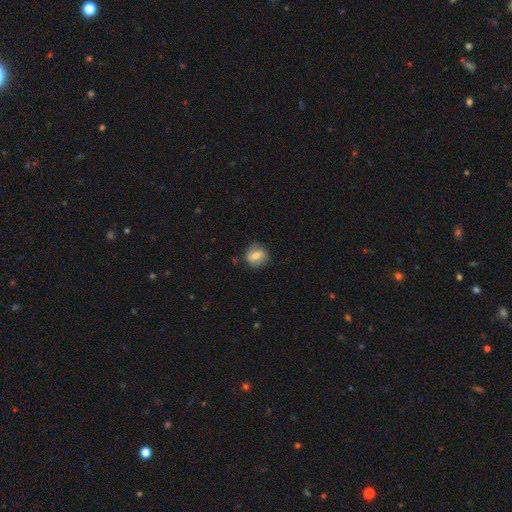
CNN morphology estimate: smooth 64%, featured or disk 28%, star or artifact 8%. Down the decision tree: how rounded — round (74%); merging — none (76%).